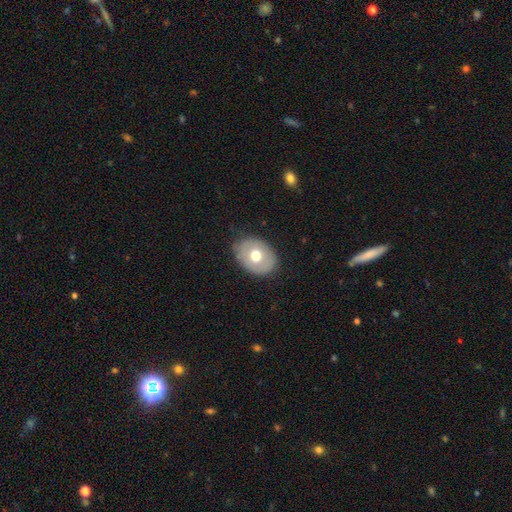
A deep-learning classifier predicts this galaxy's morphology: smooth-or-featured: smooth: 61% | featured or disk: 32% | star or artifact: 7%
  how-rounded: in between: 66% | round: 34% | cigar-shaped: 1%
  merging: none: 79% | minor disturbance: 16% | major disturbance: 4% | merger: 1%